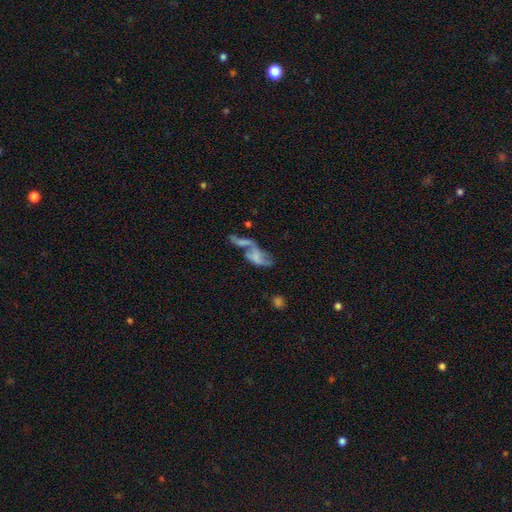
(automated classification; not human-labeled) Smooth or featured? Predicted: featured or disk (p=0.47). Merging? Predicted: merger (p=0.55).